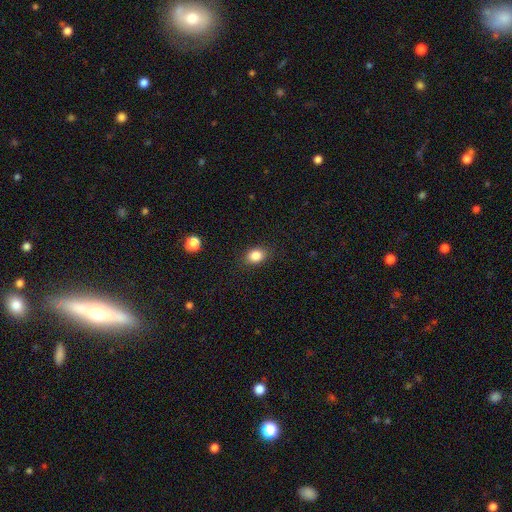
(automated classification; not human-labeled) Overall: smooth (85%). How rounded: in between (61%; round 38%). Merging: none (86%).